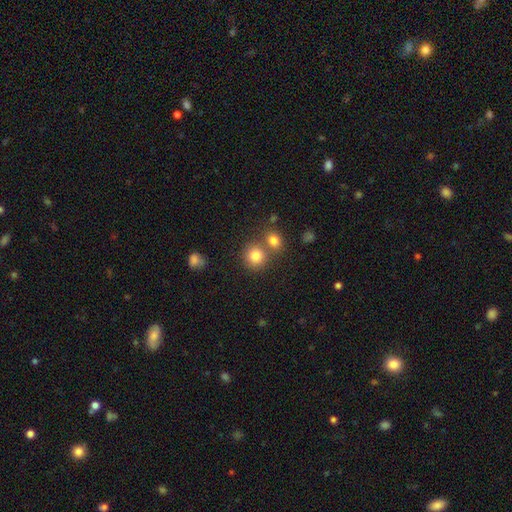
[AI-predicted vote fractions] This appears to be a smooth galaxy with no disk features (80%) that is round (87%). Merging: none (62%).